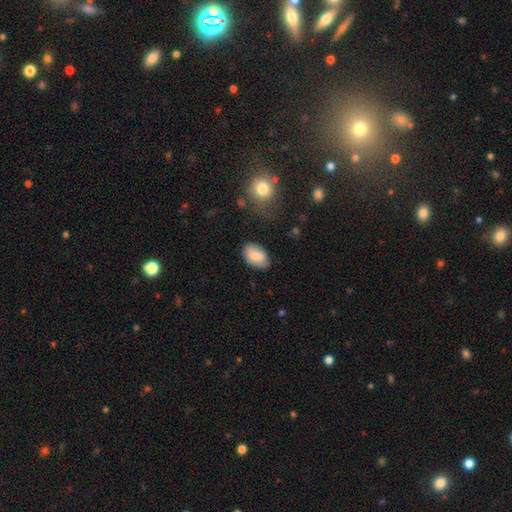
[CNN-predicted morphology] This is clearly a smooth galaxy (84%). How rounded: clearly in between (90%). Merging: likely none (73%).